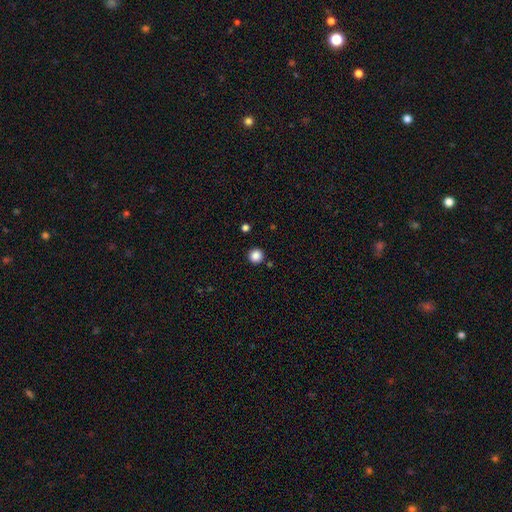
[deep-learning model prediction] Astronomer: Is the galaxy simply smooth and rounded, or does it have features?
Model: smooth — 87%.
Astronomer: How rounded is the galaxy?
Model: round — 96%.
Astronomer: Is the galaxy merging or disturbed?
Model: none — 90%.